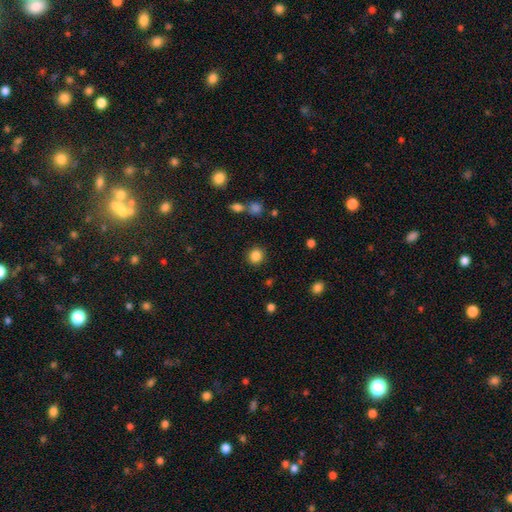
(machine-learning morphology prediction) Smooth or featured: smooth — 85% (star or artifact — 11%)
How rounded: round — 87% (in between — 12%)
Merging: none — 88% (minor disturbance — 7%)